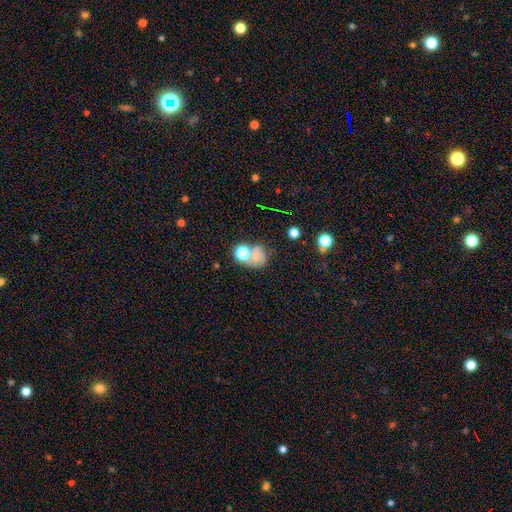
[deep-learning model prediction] Smooth or featured? smooth (57%)
How rounded? round (60%)
Merging? none (38%)